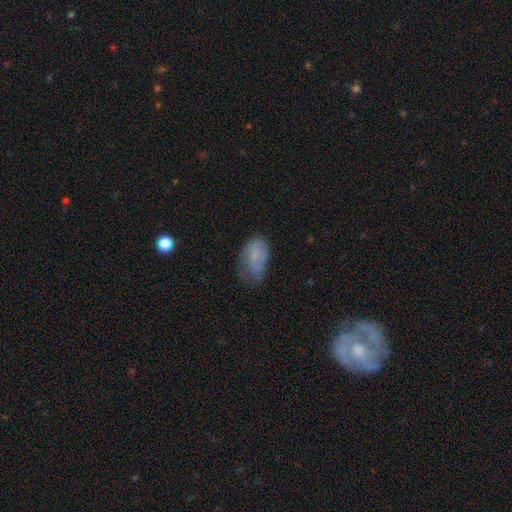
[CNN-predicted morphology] Q: Smooth or featured?
A: smooth (59%); runner-up: featured or disk (32%)
Q: How rounded?
A: in between (91%); runner-up: round (7%)
Q: Merging?
A: minor disturbance (38%); runner-up: none (36%)